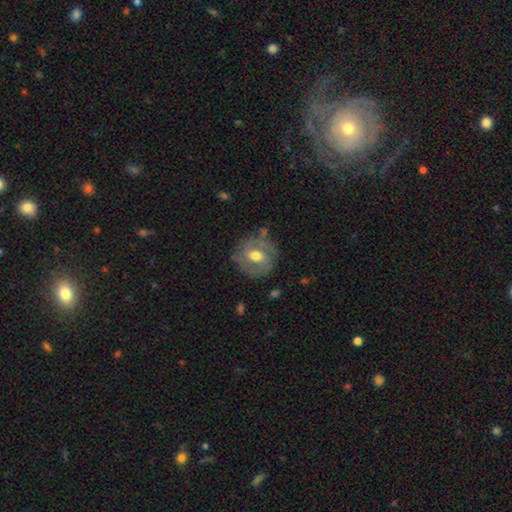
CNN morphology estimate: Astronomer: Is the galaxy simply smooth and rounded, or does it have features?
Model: featured or disk — 54% (runner-up: smooth, 39%).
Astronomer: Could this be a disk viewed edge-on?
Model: no — 95%.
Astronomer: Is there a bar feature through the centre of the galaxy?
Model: weak — 44% (runner-up: no, 43%).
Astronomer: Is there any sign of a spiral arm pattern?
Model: yes — 56% (runner-up: no, 44%).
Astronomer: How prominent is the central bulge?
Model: moderate — 77%.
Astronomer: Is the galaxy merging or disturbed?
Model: none — 72%.